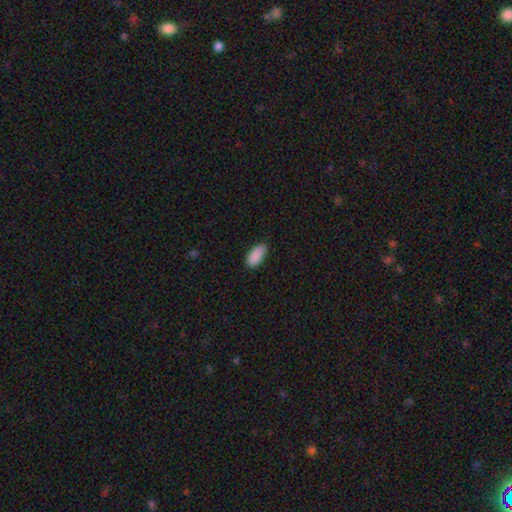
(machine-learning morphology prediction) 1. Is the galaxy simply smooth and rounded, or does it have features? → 90% smooth, 7% star or artifact, 3% featured or disk.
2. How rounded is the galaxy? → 90% in between, 8% cigar-shaped, 2% round.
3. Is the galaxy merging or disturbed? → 86% none, 11% minor disturbance, 2% major disturbance, 1% merger.